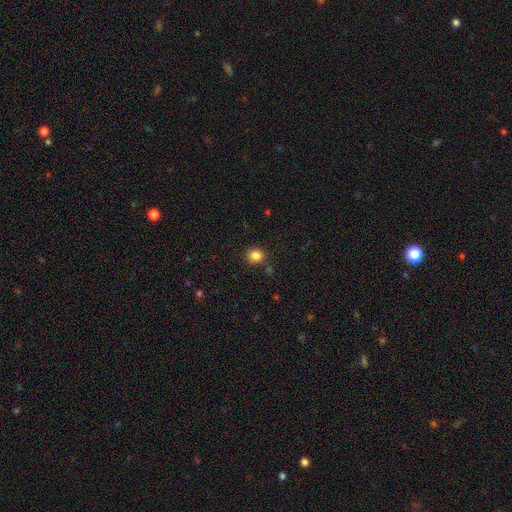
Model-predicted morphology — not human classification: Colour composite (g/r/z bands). It shows a smooth galaxy with no disk features (84%) that is round (79%). Merging: none (85%).